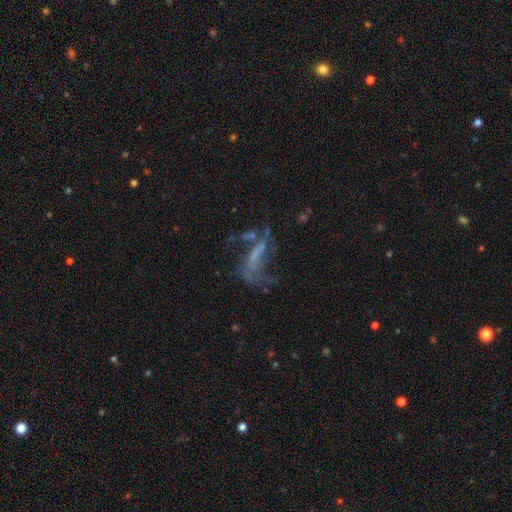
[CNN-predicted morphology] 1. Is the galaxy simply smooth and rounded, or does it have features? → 57% featured or disk, 23% smooth, 20% star or artifact.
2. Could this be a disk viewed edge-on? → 88% no, 12% yes.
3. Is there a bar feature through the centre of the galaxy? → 48% no, 27% strong, 25% weak.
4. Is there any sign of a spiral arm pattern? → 55% no, 45% yes.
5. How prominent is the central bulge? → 68% none, 18% small, 10% moderate, 3% large, 1% dominant.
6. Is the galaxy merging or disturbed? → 40% major disturbance, 32% none, 16% minor disturbance, 12% merger.